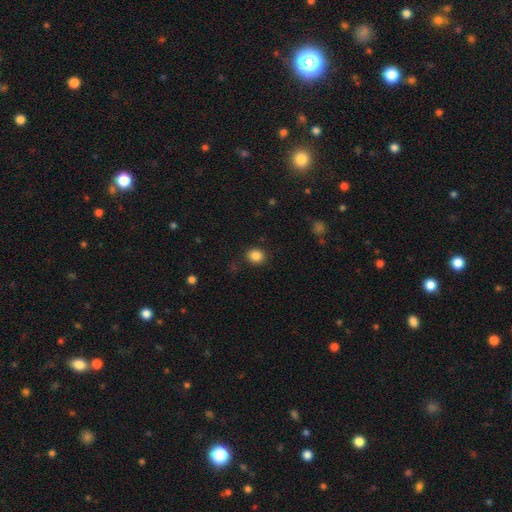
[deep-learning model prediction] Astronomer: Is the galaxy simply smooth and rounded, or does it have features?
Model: smooth — 86%.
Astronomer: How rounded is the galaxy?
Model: round — 71%.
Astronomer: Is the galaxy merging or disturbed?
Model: none — 89%.